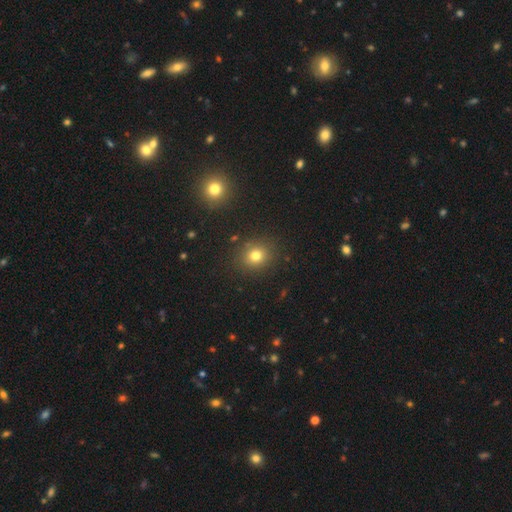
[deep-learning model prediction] smooth_or_featured: smooth (p=0.76) [alt: star or artifact p=0.16]
how_rounded: round (p=0.77) [alt: in between p=0.23]
merging: none (p=0.87) [alt: minor disturbance p=0.08]